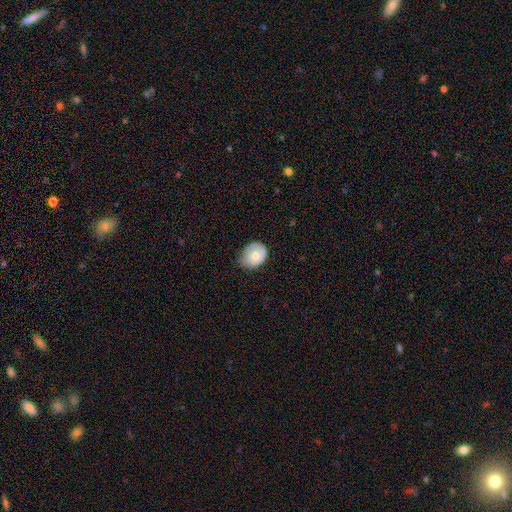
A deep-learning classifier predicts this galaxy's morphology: smooth 68%, featured or disk 24%, star or artifact 8%. Down the decision tree: how rounded — round (57%); merging — none (50%).